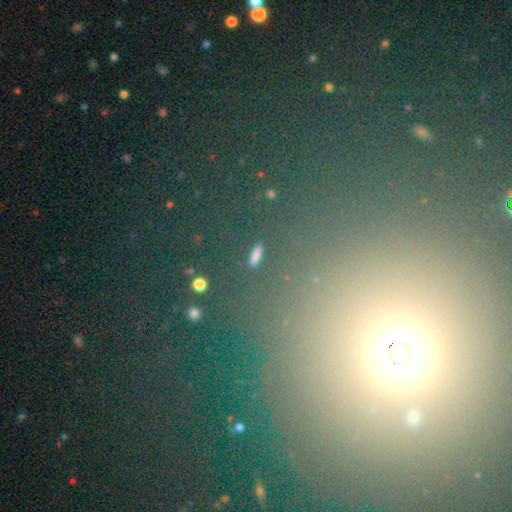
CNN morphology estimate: Smooth or featured: smooth — 64% (star or artifact — 26%)
How rounded: in between — 49% (cigar-shaped — 38%)
Merging: none — 87% (minor disturbance — 7%)